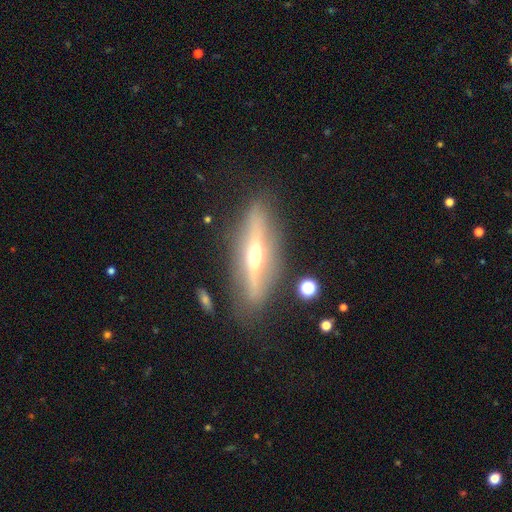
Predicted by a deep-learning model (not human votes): smooth_or_featured: featured or disk (p=0.73) [alt: smooth p=0.20]
disk_edge_on: yes (p=0.87) [alt: no p=0.13]
edge_on_bulge: rounded (p=0.92) [alt: none p=0.05]
merging: none (p=0.80) [alt: minor disturbance p=0.13]